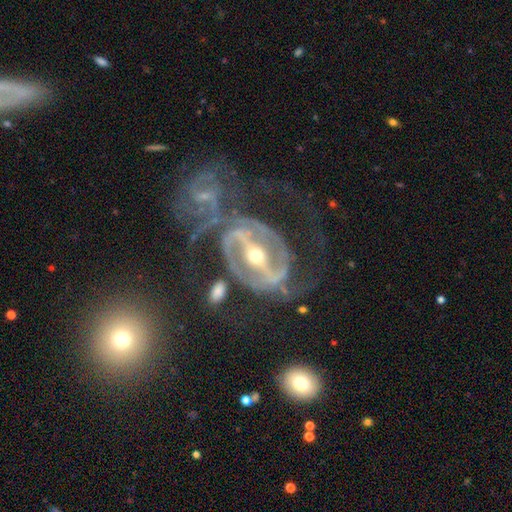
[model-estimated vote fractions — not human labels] This appears to be a featured or disk galaxy (90%) with a strong bar (72%), 2 (64%) medium (42%) spiral arms (91%) and a moderate central bulge (58%). Merging: none (38%).